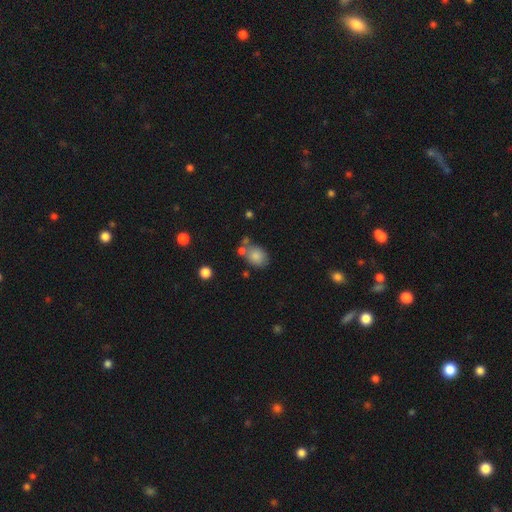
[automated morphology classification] type=smooth (82%); roundness=in between (67%); merging=none (58%).